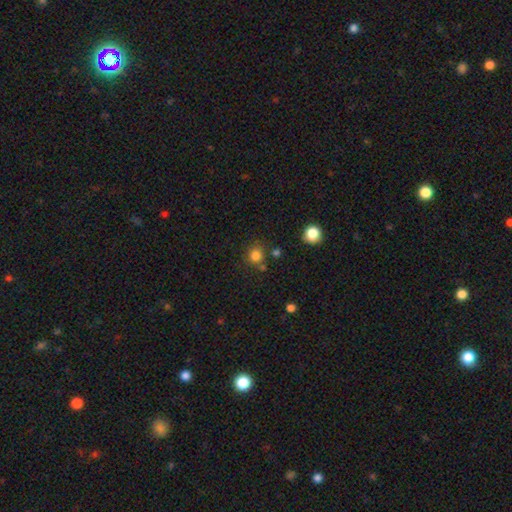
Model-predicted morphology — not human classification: smooth 81%, star or artifact 14%, featured or disk 5%. Down the decision tree: how rounded — round (88%); merging — none (75%).